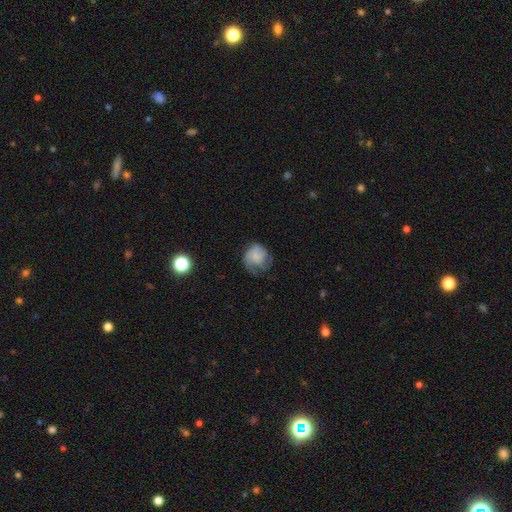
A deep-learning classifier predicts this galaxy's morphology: featured or disk 46%, smooth 45%, star or artifact 9%. Down the decision tree: merging — none (49%).